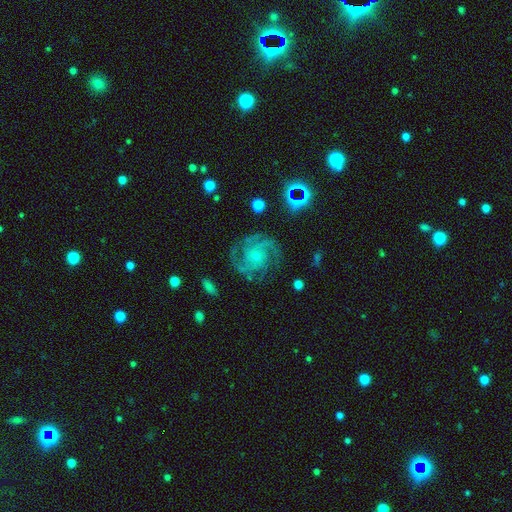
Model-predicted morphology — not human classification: This is clearly a featured or disk galaxy (86%). It is clearly not viewed edge-on (98%). Bar: likely no (73%). Spiral arm pattern: clearly yes (97%). Spiral arm count: marginally 3 (33%). Spiral winding: possibly tight (50%). Central bulge: likely small (76%). Merging: likely none (76%).